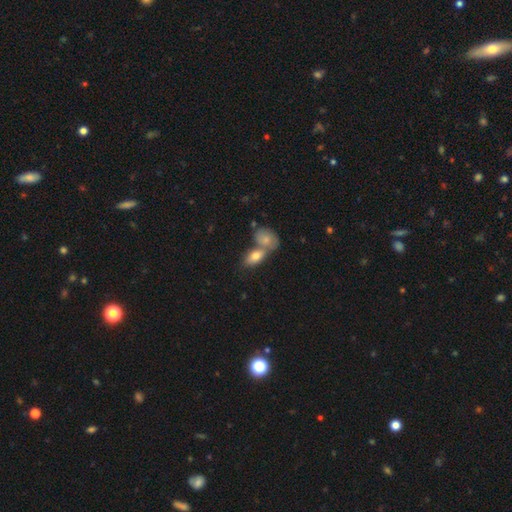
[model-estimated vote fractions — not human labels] smooth 77%, featured or disk 16%, star or artifact 7%. Down the decision tree: how rounded — in between (89%); merging — merger (50%).